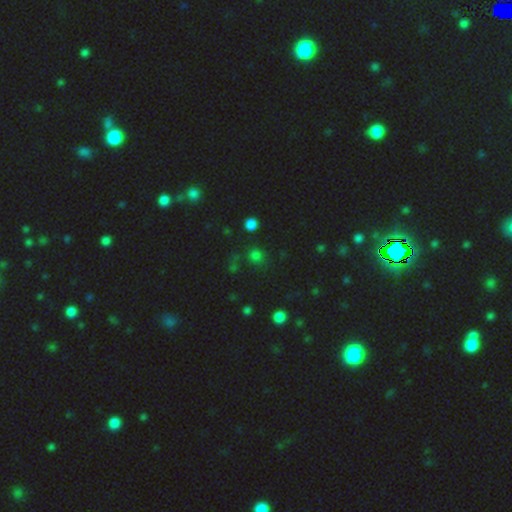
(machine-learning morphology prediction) The model was most divided on "smooth or featured": smooth: 69%, star or artifact: 26%, featured or disk: 5%. More confident: how rounded — round (87%); merging — none (78%).